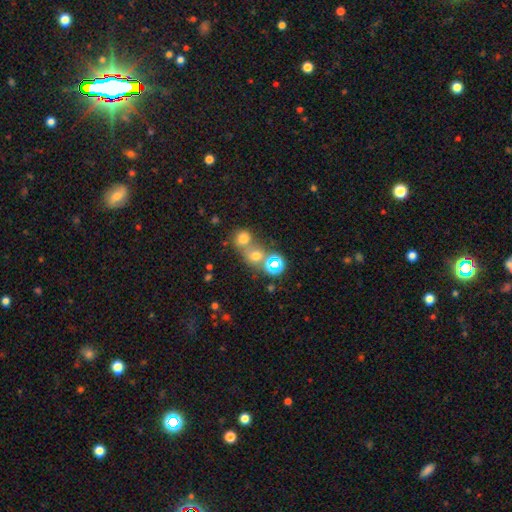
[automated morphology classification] Q: Smooth or featured?
A: smooth (63%); runner-up: star or artifact (25%)
Q: How rounded?
A: round (80%); runner-up: in between (18%)
Q: Merging?
A: merger (46%); runner-up: none (45%)